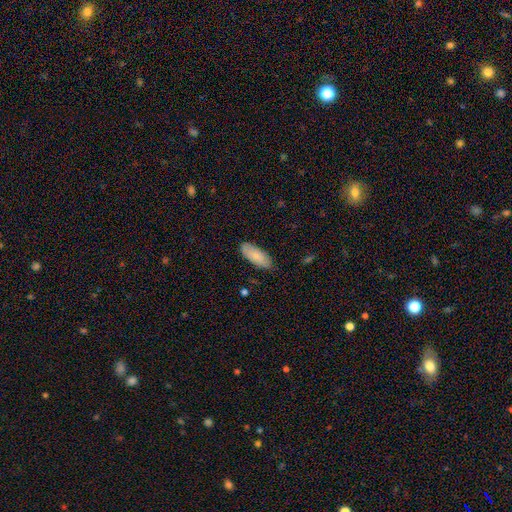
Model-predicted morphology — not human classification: Smooth or featured? Predicted: smooth (p=0.85). How rounded? Predicted: in between (p=0.80). Merging? Predicted: none (p=0.84).